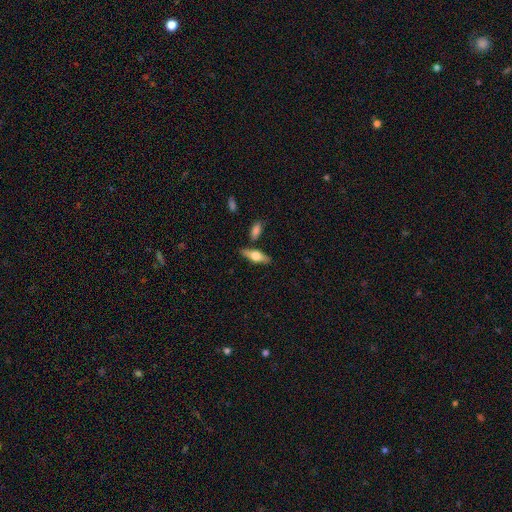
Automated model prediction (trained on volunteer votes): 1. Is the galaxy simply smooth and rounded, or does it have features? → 49% featured or disk, 45% smooth, 6% star or artifact.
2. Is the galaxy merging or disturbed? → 78% none, 12% minor disturbance, 7% merger, 3% major disturbance.